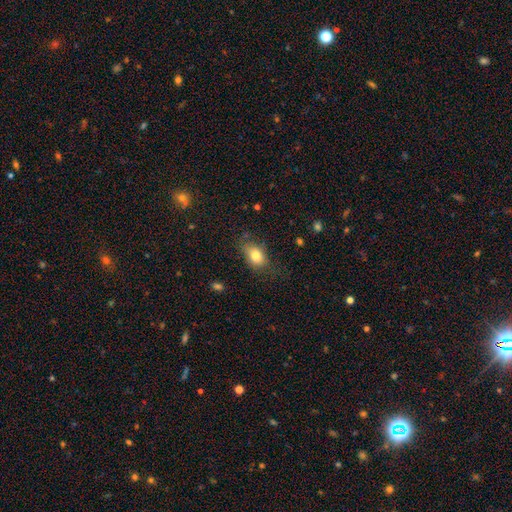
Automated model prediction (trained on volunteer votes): Smooth or featured?
  - smooth: 80% *
  - featured or disk: 11%
  - star or artifact: 9%
How rounded?
  - in between: 81% *
  - round: 17%
  - cigar-shaped: 2%
Merging?
  - none: 67% *
  - minor disturbance: 24%
  - major disturbance: 8%
  - merger: 2%